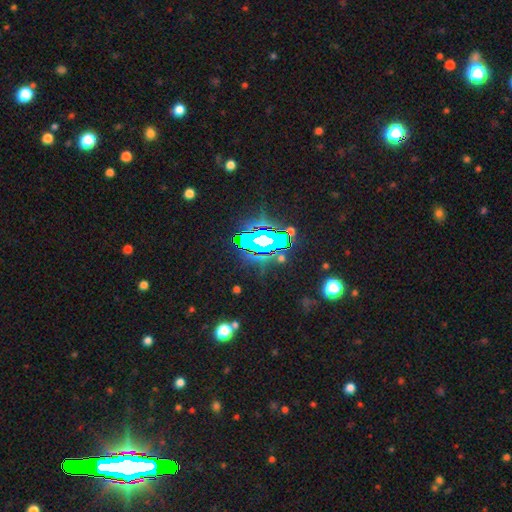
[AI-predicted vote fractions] A star or artifact, not a galaxy (84%).

Vote fractions:
- Smooth or featured? star or artifact: 84% / smooth: 9% / featured or disk: 7%